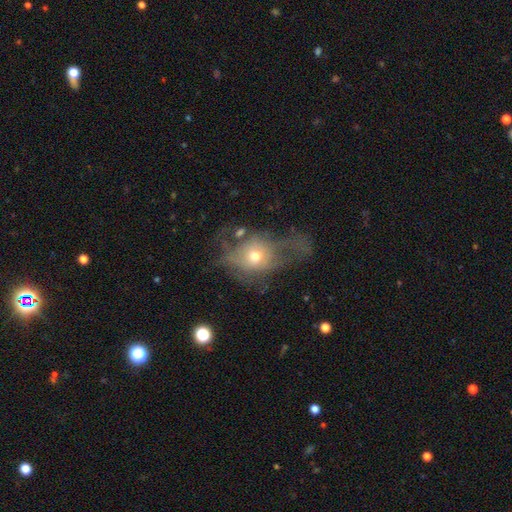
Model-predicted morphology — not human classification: smooth-or-featured: featured or disk: 45% | smooth: 42% | star or artifact: 13%
  merging: major disturbance: 49% | none: 27% | minor disturbance: 19% | merger: 5%